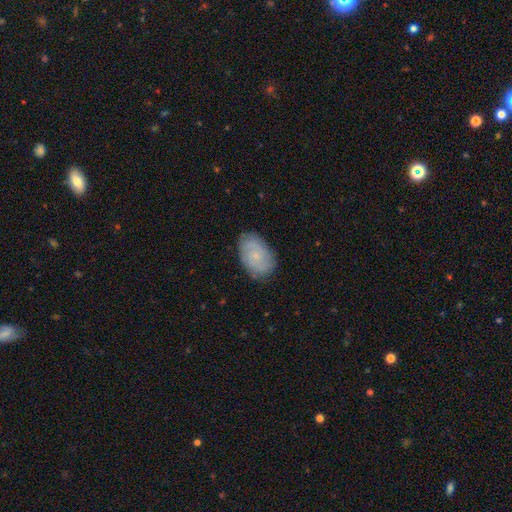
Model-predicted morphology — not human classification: featured or disk 49%, smooth 43%, star or artifact 8%. Down the decision tree: merging — none (82%).